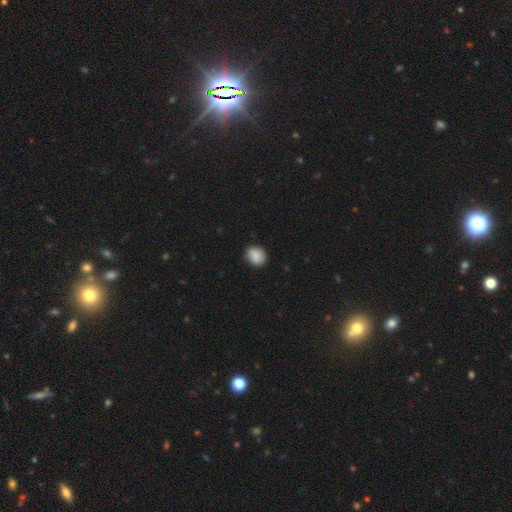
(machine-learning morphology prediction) The model was most divided on "how rounded": round: 65%, in between: 34%, cigar-shaped: 1%. More confident: smooth or featured — smooth (88%); merging — none (87%).